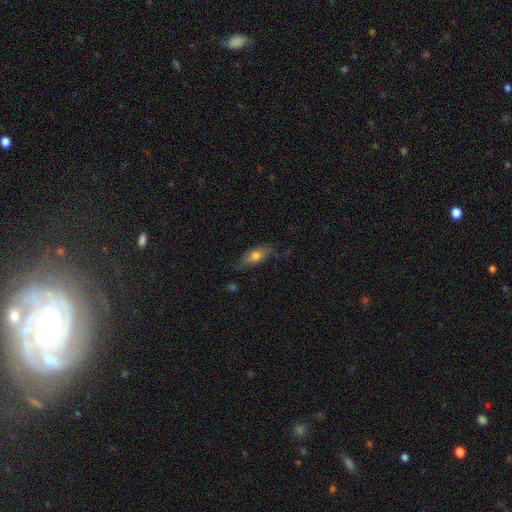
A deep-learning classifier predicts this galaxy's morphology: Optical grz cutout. It shows a smooth galaxy with no disk features (63%) that is in between round and cigar-shaped (74%). Merging: none (64%).